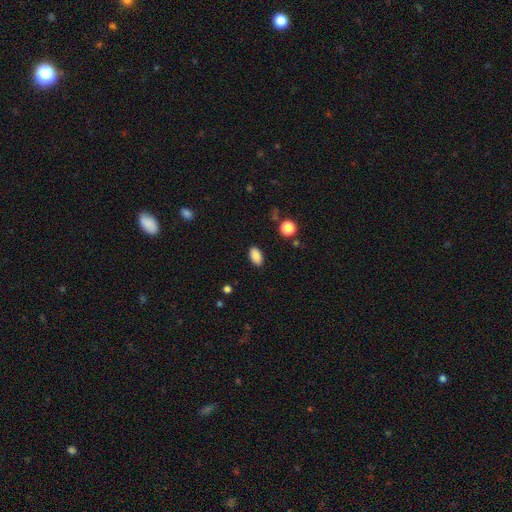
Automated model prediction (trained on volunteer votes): Smooth or featured: smooth — 88% (star or artifact — 9%)
How rounded: in between — 92% (round — 6%)
Merging: none — 88% (minor disturbance — 8%)